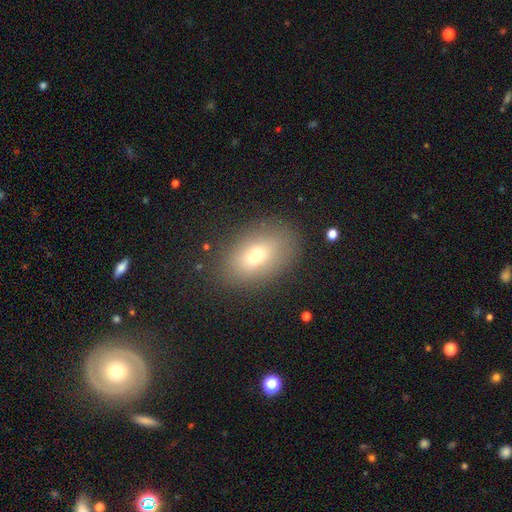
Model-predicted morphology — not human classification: A smooth galaxy with no disk features (69%) that is in between round and cigar-shaped (83%). Merging: none (84%).